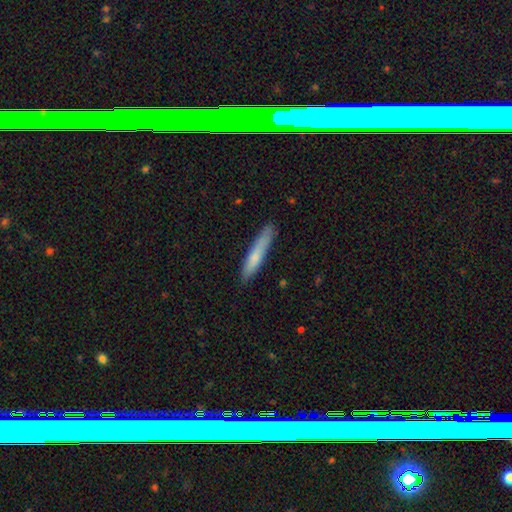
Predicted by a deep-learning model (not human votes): The model was most divided on "smooth or featured": smooth: 73%, featured or disk: 21%, star or artifact: 6%. More confident: how rounded — cigar-shaped (92%); merging — none (83%).